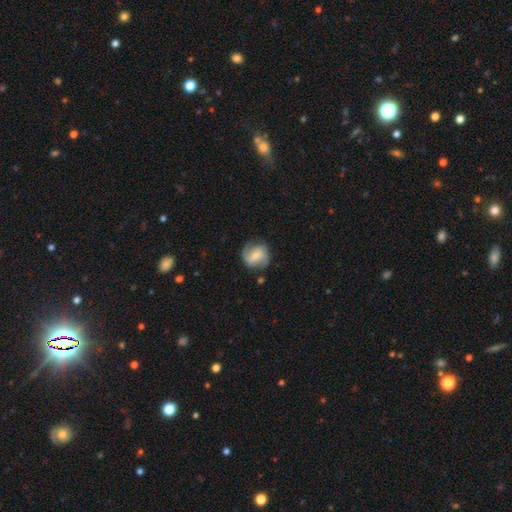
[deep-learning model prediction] Smooth or featured: featured or disk — 61% (smooth — 32%)
Edge-on disk: no — 97% (yes — 3%)
Bar: weak — 44% (no — 33%)
Spiral arms: yes — 88% (no — 12%)
Spiral winding: medium — 44% (loose — 31%)
Spiral arm count: 2 — 76% (can't tell — 10%)
Bulge size: small — 51% (moderate — 36%)
Merging: none — 68% (minor disturbance — 21%)